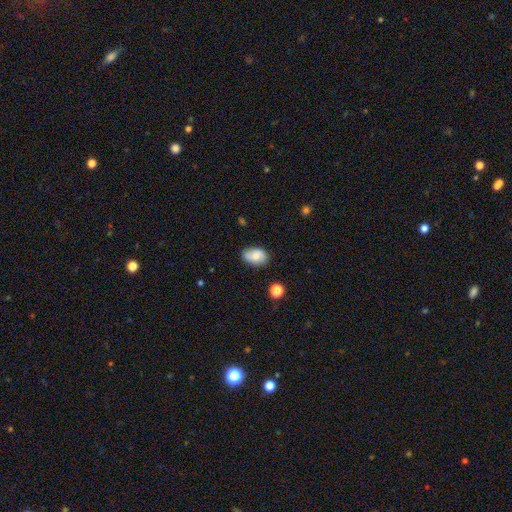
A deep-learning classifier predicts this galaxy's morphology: smooth-or-featured: smooth: 73% | featured or disk: 18% | star or artifact: 8%
  how-rounded: in between: 86% | round: 12% | cigar-shaped: 1%
  merging: none: 74% | minor disturbance: 19% | major disturbance: 4% | merger: 3%